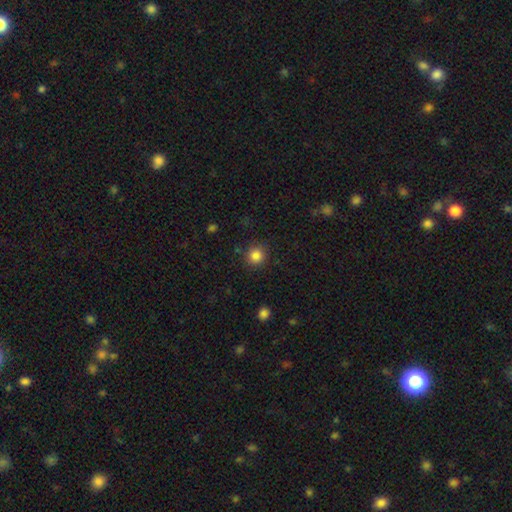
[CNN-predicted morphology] A smooth galaxy with no disk features (84%) that is round (92%).

Vote fractions:
- Smooth or featured? smooth: 84% / star or artifact: 11% / featured or disk: 4%
- How rounded? round: 92% / in between: 7% / cigar-shaped: 1%
- Merging? none: 88% / minor disturbance: 8% / major disturbance: 3% / merger: 2%